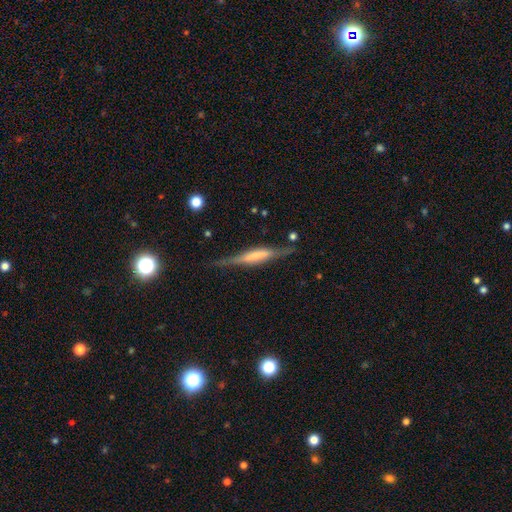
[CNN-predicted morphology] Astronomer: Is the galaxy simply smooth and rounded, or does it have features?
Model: featured or disk — 68%.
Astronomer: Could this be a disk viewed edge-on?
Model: yes — 95%.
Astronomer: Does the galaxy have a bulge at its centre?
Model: boxy — 50% (runner-up: rounded, 30%).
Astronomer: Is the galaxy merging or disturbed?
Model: none — 76%.